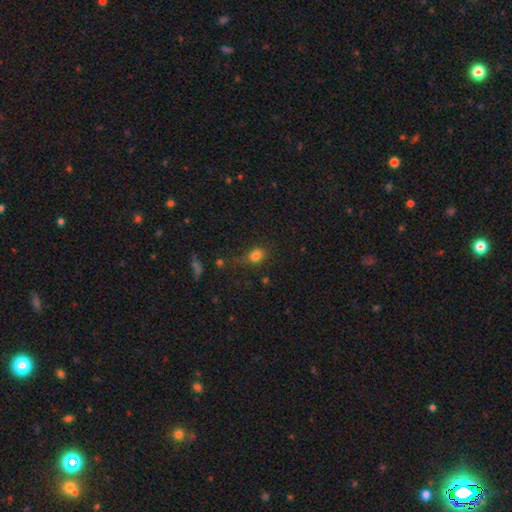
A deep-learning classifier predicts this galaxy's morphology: smooth-or-featured: smooth: 80% | star or artifact: 13% | featured or disk: 6%
  how-rounded: round: 49% (tied) | in between: 49% (tied) | cigar-shaped: 2%
  merging: none: 63% | minor disturbance: 22% | major disturbance: 10% | merger: 5%